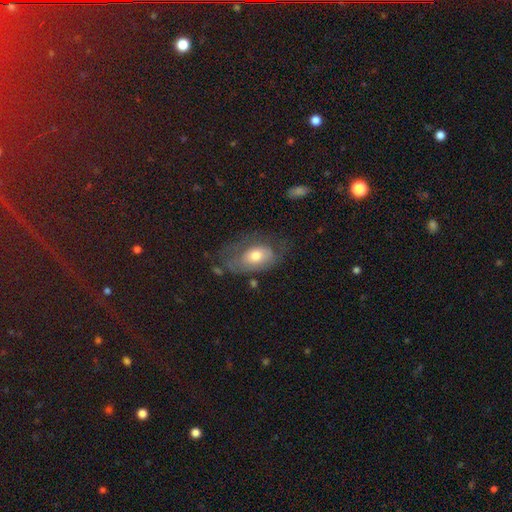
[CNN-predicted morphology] This appears to be a smooth galaxy with no disk features (57%) that is in between round and cigar-shaped (88%). Merging: none (38%).